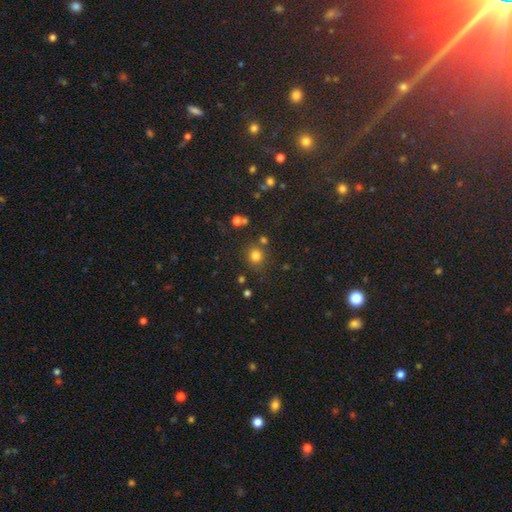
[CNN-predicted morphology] Q: Smooth or featured?
A: smooth (78%); runner-up: star or artifact (17%)
Q: How rounded?
A: round (86%); runner-up: in between (13%)
Q: Merging?
A: none (76%); runner-up: minor disturbance (10%)